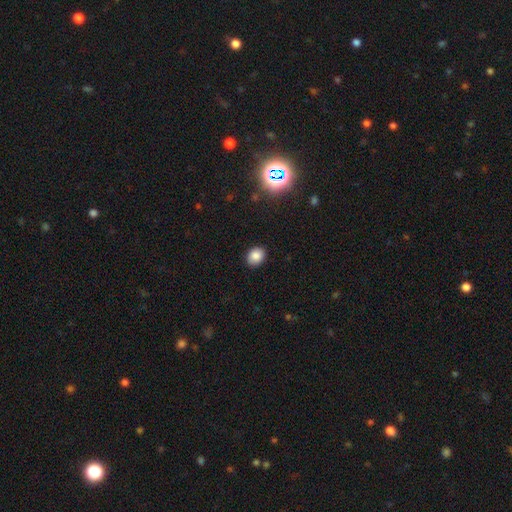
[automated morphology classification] smooth-or-featured: smooth: 84% | star or artifact: 11% | featured or disk: 5%
  how-rounded: in between: 52% | round: 47% | cigar-shaped: 1%
  merging: none: 89% | minor disturbance: 8% | major disturbance: 2% | merger: 1%